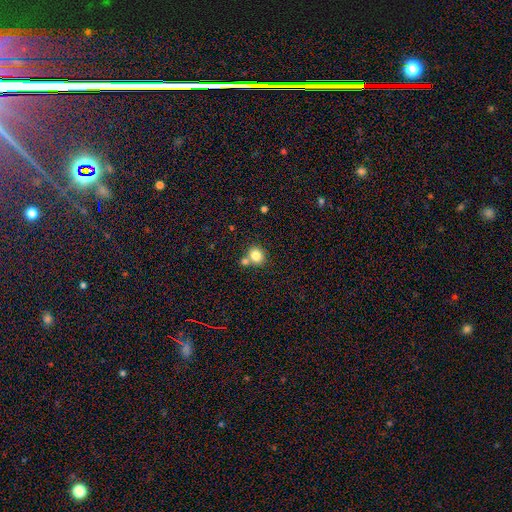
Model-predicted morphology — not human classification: The model was most divided on "merging": none: 61%, merger: 28%, minor disturbance: 9%, major disturbance: 3%. More confident: smooth or featured — smooth (81%); how rounded — round (77%).